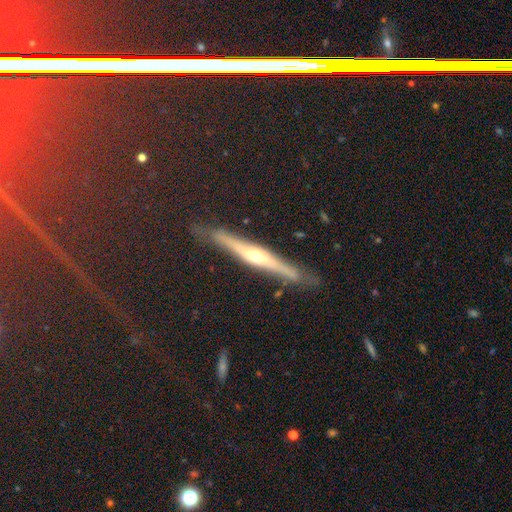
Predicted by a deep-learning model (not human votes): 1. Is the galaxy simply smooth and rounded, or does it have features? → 66% featured or disk, 18% smooth, 16% star or artifact.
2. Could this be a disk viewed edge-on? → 90% yes, 10% no.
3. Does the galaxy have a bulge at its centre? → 84% rounded, 10% none, 6% boxy.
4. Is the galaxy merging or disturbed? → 81% none, 14% minor disturbance, 3% major disturbance, 2% merger.